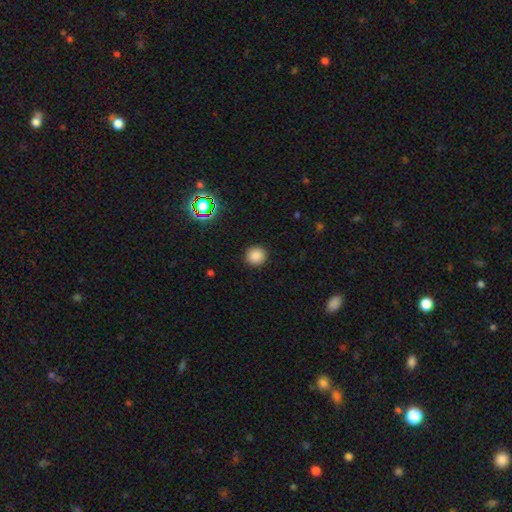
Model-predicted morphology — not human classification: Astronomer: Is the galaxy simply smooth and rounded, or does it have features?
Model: smooth — 84%.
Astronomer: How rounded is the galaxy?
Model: round — 94%.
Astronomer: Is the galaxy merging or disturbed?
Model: none — 91%.